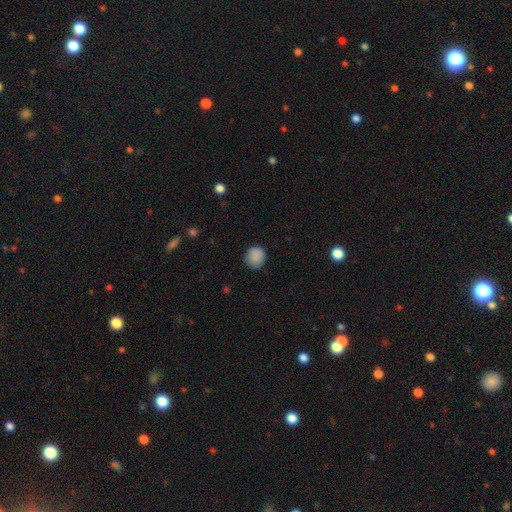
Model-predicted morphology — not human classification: type=smooth (87%); roundness=round (86%); merging=none (82%).